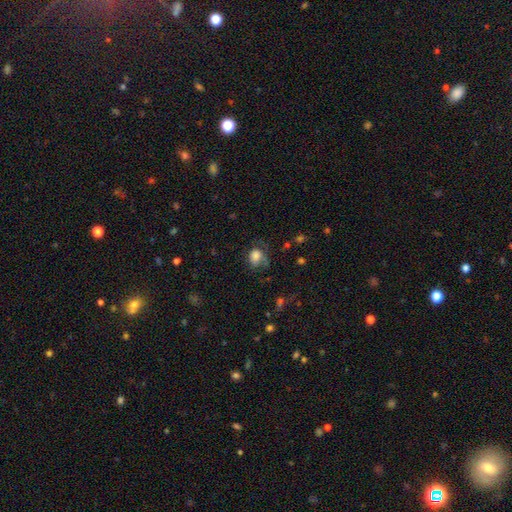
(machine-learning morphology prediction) The model was most divided on "how rounded": round: 52%, in between: 47%, cigar-shaped: 1%. Remaining: smooth or featured — smooth (71%); merging — none (41%).